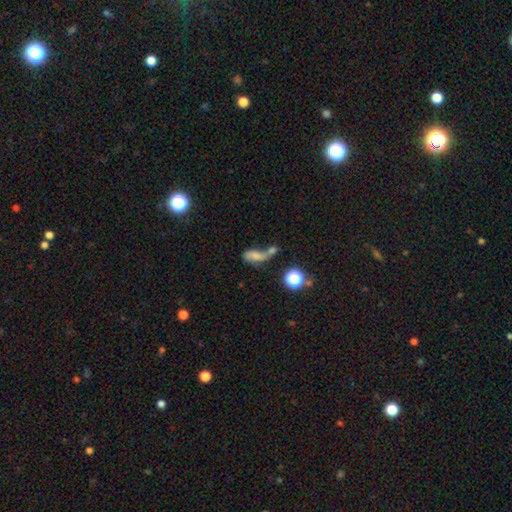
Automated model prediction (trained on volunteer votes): Smooth or featured?
  - smooth: 58% *
  - featured or disk: 24%
  - star or artifact: 18%
How rounded?
  - in between: 69% *
  - cigar-shaped: 18%
  - round: 13%
Merging?
  - merger: 51% *
  - none: 20%
  - major disturbance: 16%
  - minor disturbance: 12%